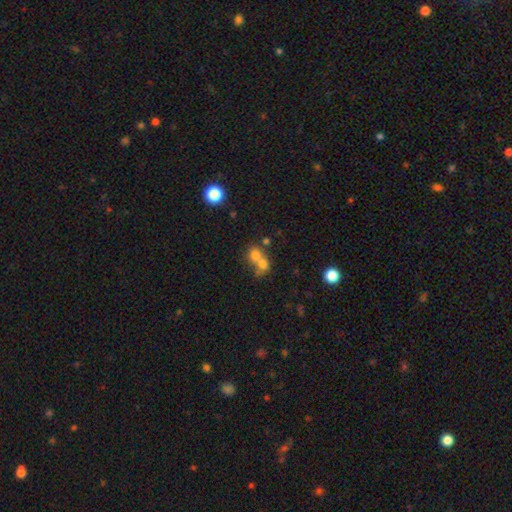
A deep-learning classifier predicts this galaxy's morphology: smooth-or-featured: smooth: 71% | featured or disk: 16% | star or artifact: 13%
  how-rounded: round: 75% | in between: 24% | cigar-shaped: 1%
  merging: merger: 63% | none: 29% | minor disturbance: 5% | major disturbance: 3%